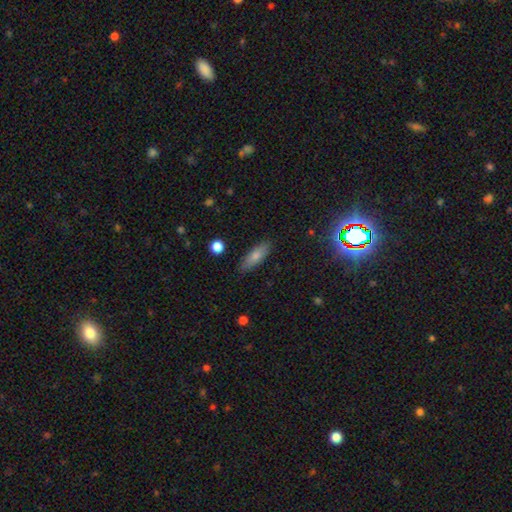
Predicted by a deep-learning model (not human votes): A smooth galaxy with no disk features (77%) that is in between round and cigar-shaped (57%). Merging: none (85%).